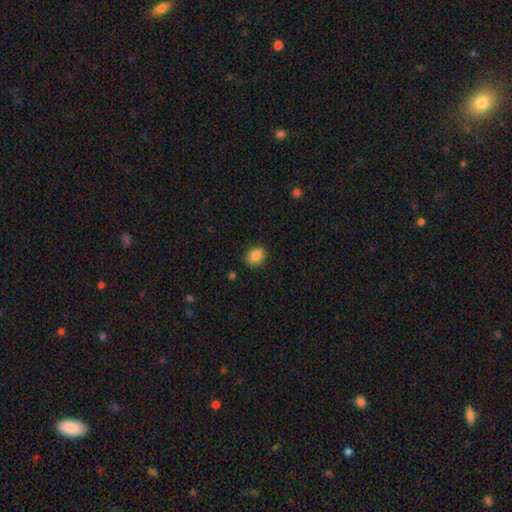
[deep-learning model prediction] smooth_or_featured: smooth (p=0.85) [alt: star or artifact p=0.09]
how_rounded: in between (p=0.57) [alt: round p=0.41]
merging: none (p=0.86) [alt: minor disturbance p=0.11]